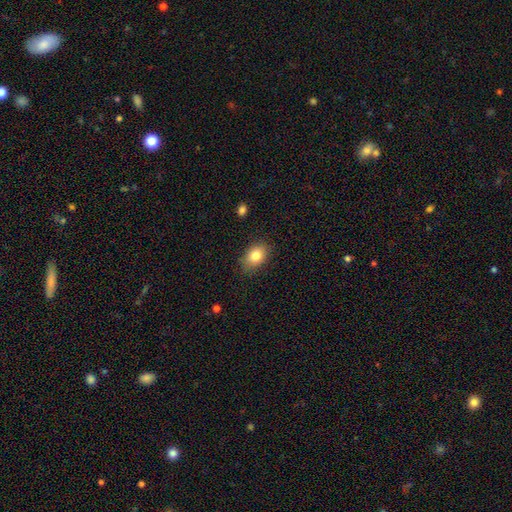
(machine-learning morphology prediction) type=smooth (83%); roundness=in between (80%); merging=none (83%).